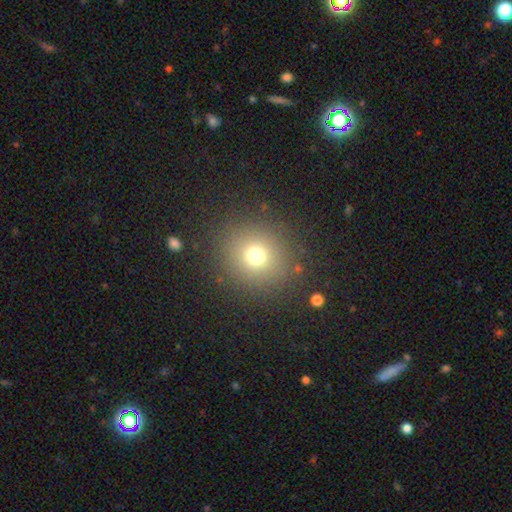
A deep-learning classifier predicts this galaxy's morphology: A smooth galaxy with no disk features (71%) that is round (90%). Merging: none (87%).